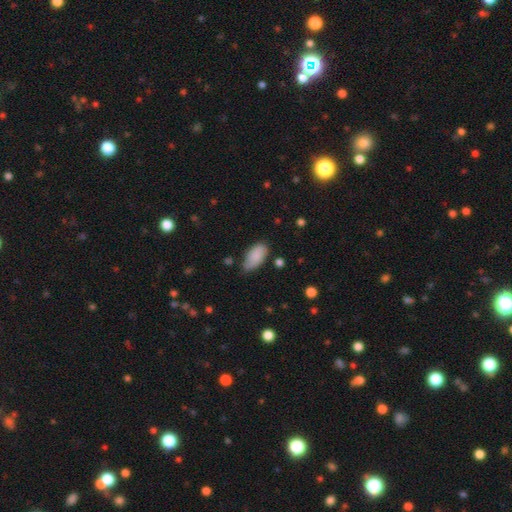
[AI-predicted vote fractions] Smooth or featured: smooth — 87% (star or artifact — 7%)
How rounded: in between — 91% (cigar-shaped — 6%)
Merging: none — 62% (minor disturbance — 30%)